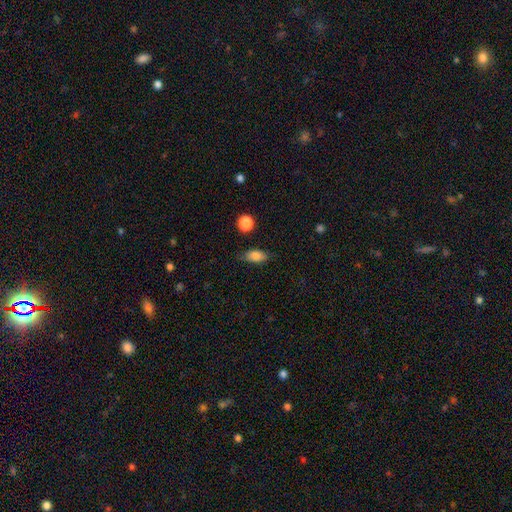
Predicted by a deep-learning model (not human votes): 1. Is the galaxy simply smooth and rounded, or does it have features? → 81% smooth, 10% featured or disk, 9% star or artifact.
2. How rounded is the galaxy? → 86% in between, 8% round, 6% cigar-shaped.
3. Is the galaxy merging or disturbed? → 76% none, 18% minor disturbance, 4% major disturbance, 2% merger.